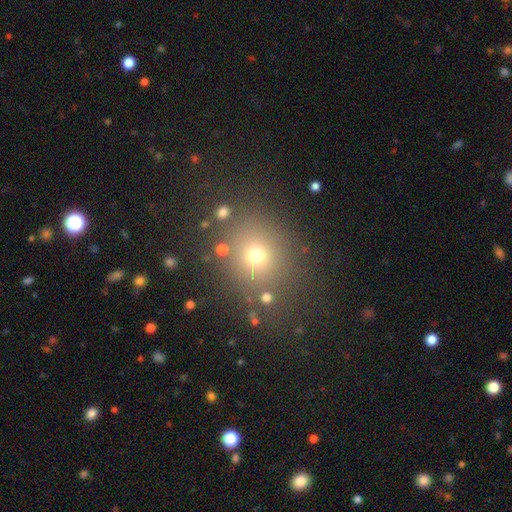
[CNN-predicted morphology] The model was most divided on "smooth or featured": smooth: 68%, star or artifact: 23%, featured or disk: 10%. More confident: merging — none (81%); how rounded — round (75%).